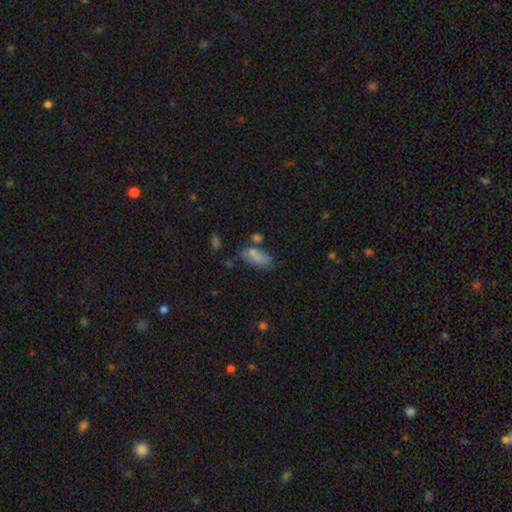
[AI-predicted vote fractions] A smooth galaxy with no disk features (75%) that is in between round and cigar-shaped (84%). Merging: none (51%).